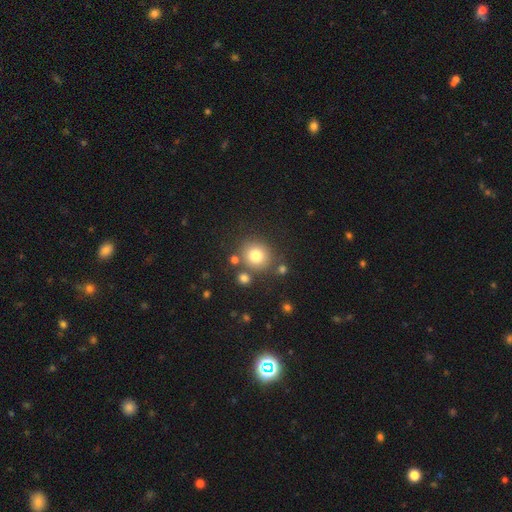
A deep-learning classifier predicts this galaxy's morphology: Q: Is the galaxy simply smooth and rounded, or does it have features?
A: smooth — 78%.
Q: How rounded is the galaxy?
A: round — 87%.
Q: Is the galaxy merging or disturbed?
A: none — 78%.